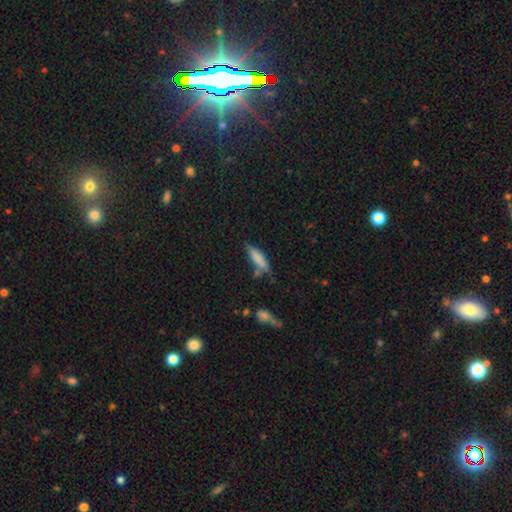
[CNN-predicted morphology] Smooth or featured? Predicted: smooth (p=0.80). How rounded? Predicted: cigar-shaped (p=0.69). Merging? Predicted: none (p=0.64).